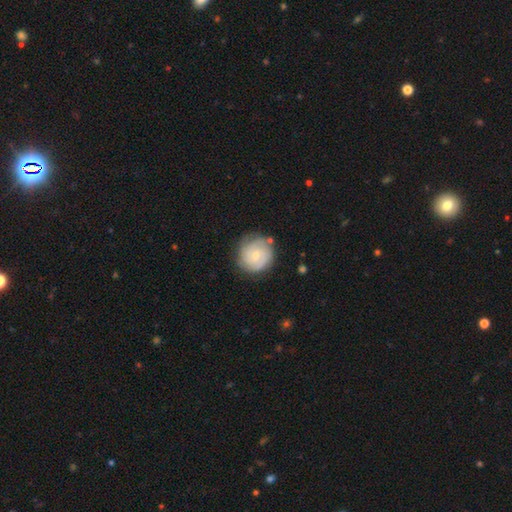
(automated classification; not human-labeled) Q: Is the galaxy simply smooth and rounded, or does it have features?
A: featured or disk — 63%.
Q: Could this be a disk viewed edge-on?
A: no — 98%.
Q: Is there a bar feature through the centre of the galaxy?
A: no — 63%.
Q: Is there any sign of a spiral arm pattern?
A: yes — 91%.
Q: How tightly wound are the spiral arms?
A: tight — 69%.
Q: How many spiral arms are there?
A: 2 — 40%.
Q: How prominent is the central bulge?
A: small — 61%.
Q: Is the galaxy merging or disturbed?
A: none — 77%.